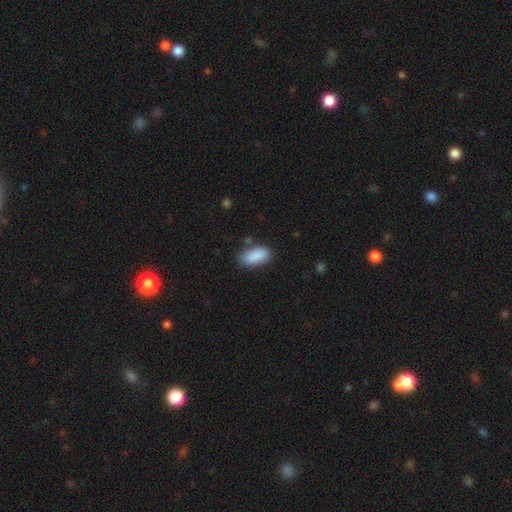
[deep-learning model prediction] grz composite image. It shows a smooth galaxy with no disk features (88%) that is in between round and cigar-shaped (87%). Merging: none (74%).